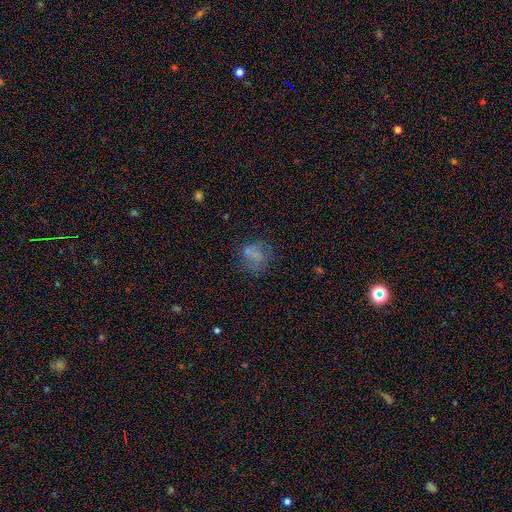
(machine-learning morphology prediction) The model was most divided on "smooth or featured": smooth: 55%, featured or disk: 26%, star or artifact: 19%. More confident: how rounded — round (66%); merging — none (53%).